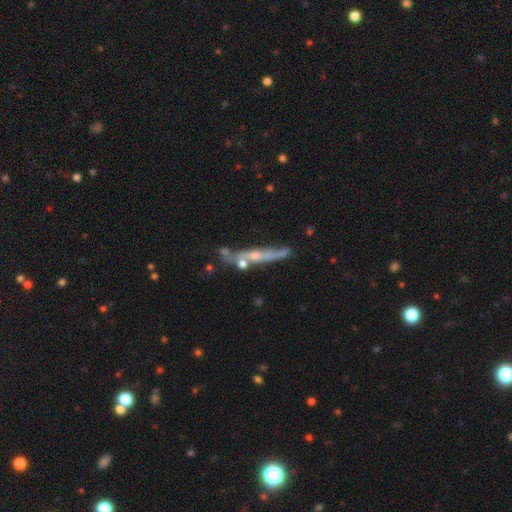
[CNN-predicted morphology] The model was most divided on "merging": none: 50%, minor disturbance: 20%, merger: 18%, major disturbance: 12%. More confident: edge-on disk — yes (70%); smooth or featured — featured or disk (61%).